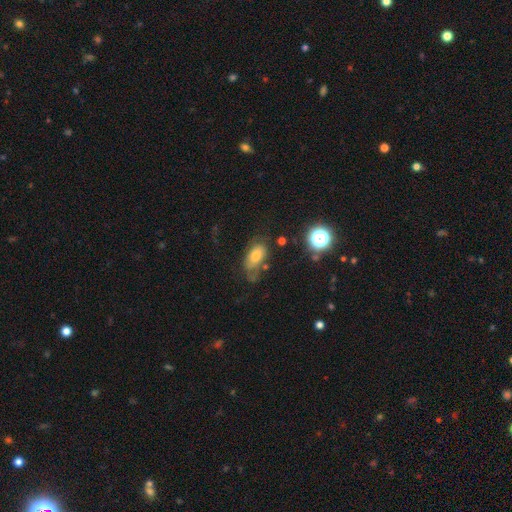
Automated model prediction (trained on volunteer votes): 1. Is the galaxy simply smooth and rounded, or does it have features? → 66% smooth, 21% featured or disk, 13% star or artifact.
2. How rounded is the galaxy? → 89% in between, 6% round, 5% cigar-shaped.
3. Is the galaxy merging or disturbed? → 45% none, 30% minor disturbance, 20% major disturbance, 6% merger.